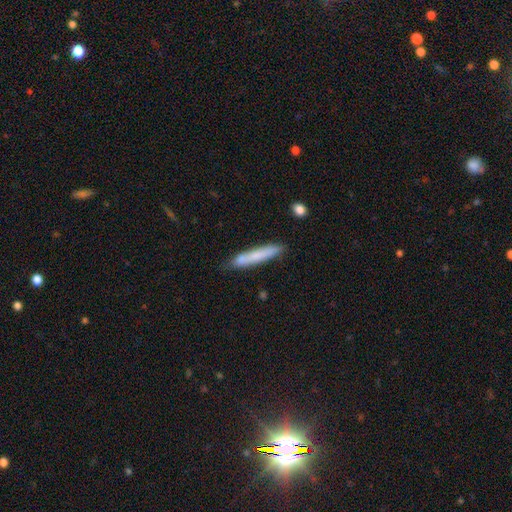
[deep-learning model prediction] smooth_or_featured: smooth (p=0.71) [alt: featured or disk p=0.23]
how_rounded: cigar-shaped (p=0.94) [alt: in between p=0.05]
merging: none (p=0.77) [alt: minor disturbance p=0.16]